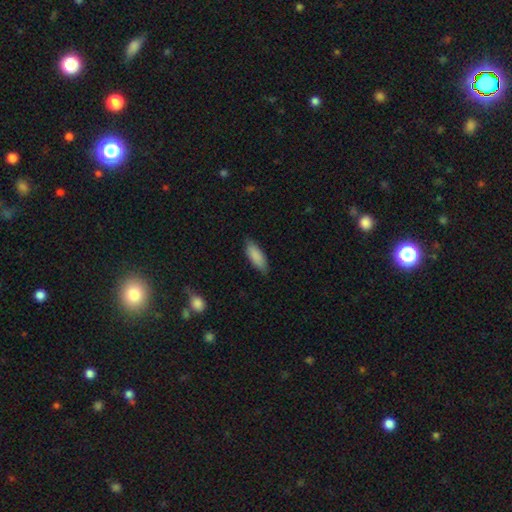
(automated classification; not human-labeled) Smooth or featured? Predicted: smooth (p=0.87). How rounded? Predicted: in between (p=0.68). Merging? Predicted: none (p=0.81).